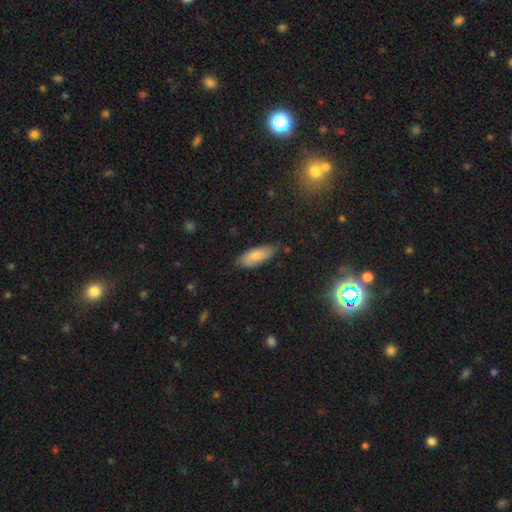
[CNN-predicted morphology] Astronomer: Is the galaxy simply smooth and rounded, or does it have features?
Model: smooth — 76%.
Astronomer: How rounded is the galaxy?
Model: in between — 78%.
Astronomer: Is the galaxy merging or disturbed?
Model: none — 74%.